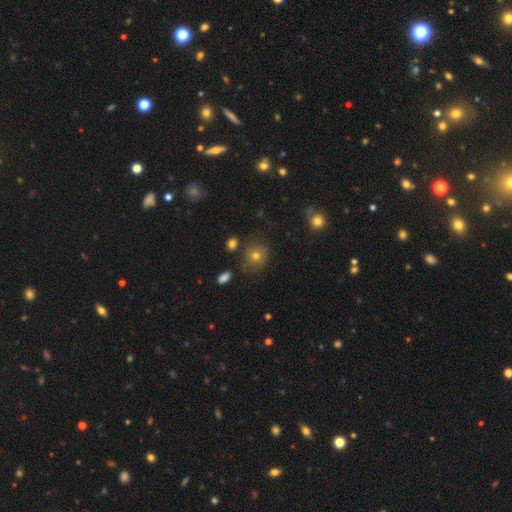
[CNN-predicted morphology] Q: Smooth or featured?
A: smooth (72%); runner-up: featured or disk (16%)
Q: How rounded?
A: round (77%); runner-up: in between (22%)
Q: Merging?
A: none (71%); runner-up: minor disturbance (19%)